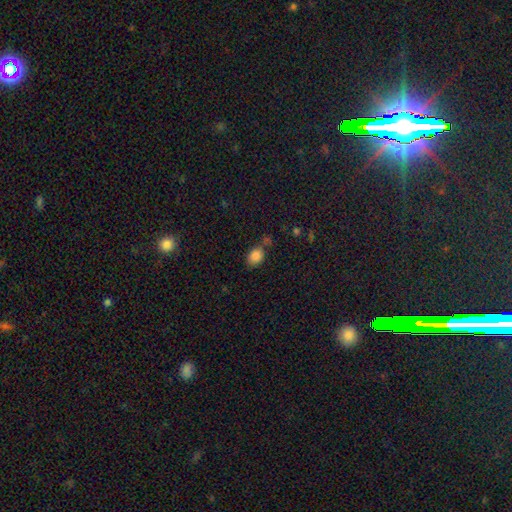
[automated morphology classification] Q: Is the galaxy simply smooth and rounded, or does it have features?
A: smooth — 84%.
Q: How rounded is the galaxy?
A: in between — 59%.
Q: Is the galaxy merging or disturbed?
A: none — 61%.